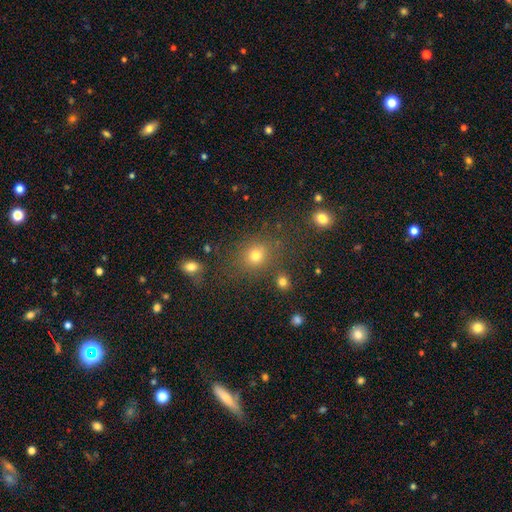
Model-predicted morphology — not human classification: Overall: smooth (72%). How rounded: round (68%; in between 31%). Merging: none (75%).